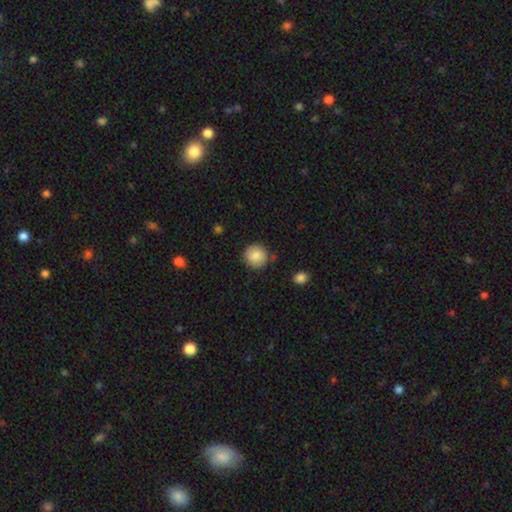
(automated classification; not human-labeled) Smooth or featured? smooth (86%)
How rounded? round (93%)
Merging? none (86%)